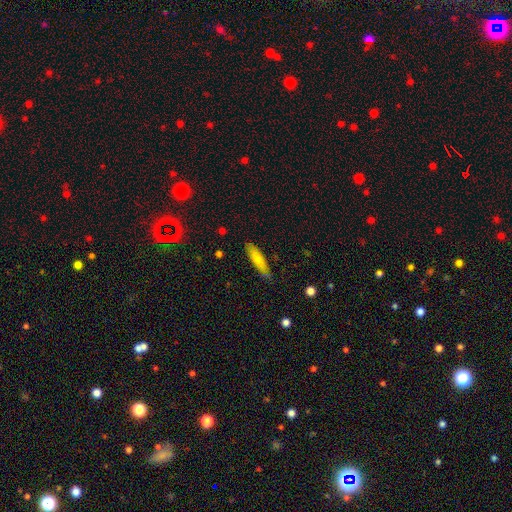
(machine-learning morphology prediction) Smooth or featured: smooth — 72% (featured or disk — 22%)
How rounded: cigar-shaped — 74% (in between — 24%)
Merging: none — 79% (minor disturbance — 17%)